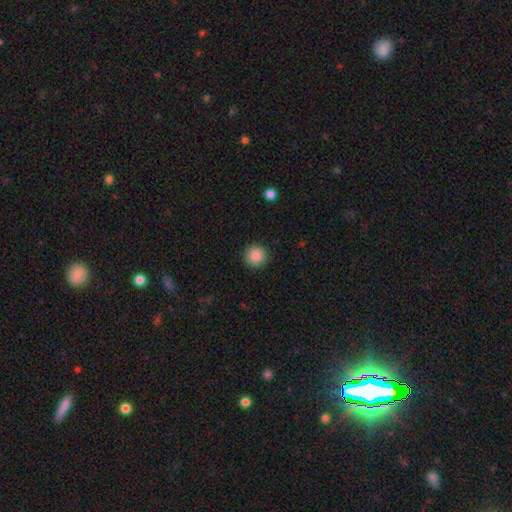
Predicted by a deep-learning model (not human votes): Smooth or featured: smooth — 88% (star or artifact — 9%)
How rounded: round — 96% (in between — 4%)
Merging: none — 92% (minor disturbance — 5%)